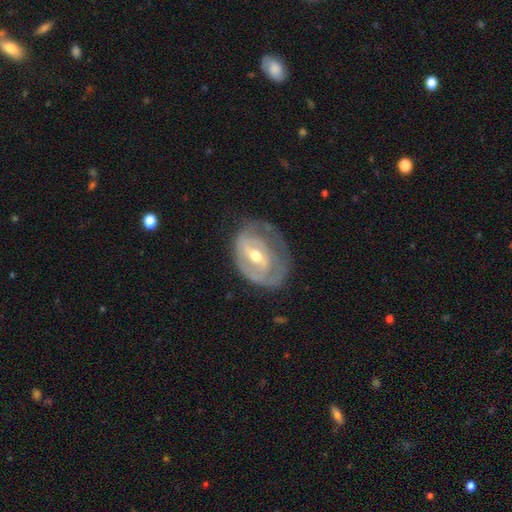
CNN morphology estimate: type=featured or disk (77%); edge-on=no (95%); bar=weak (42%); spiral arms=yes (68%); bulge=moderate (65%); merging=none (58%).